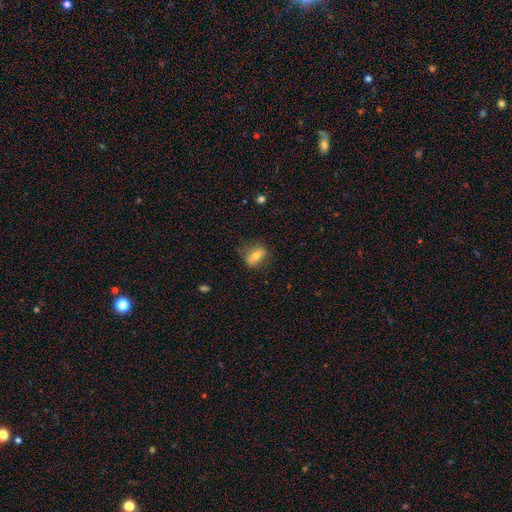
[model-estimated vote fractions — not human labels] A smooth galaxy with no disk features (62%) that is in between round and cigar-shaped (70%). Merging: none (75%).